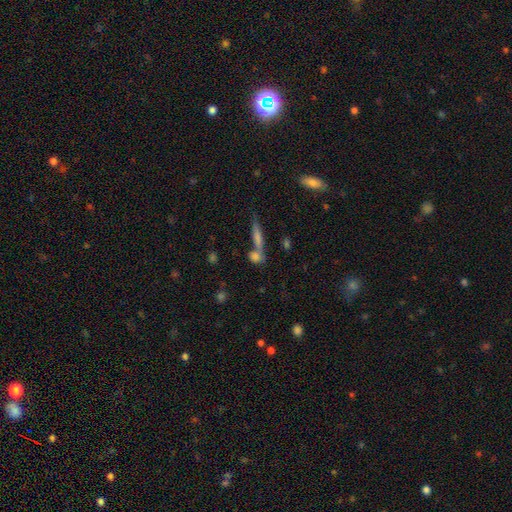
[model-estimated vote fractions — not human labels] smooth-or-featured: smooth: 71% | featured or disk: 18% | star or artifact: 11%
  how-rounded: in between: 40% | cigar-shaped: 34% | round: 26%
  merging: none: 48% | merger: 38% | minor disturbance: 10% | major disturbance: 5%